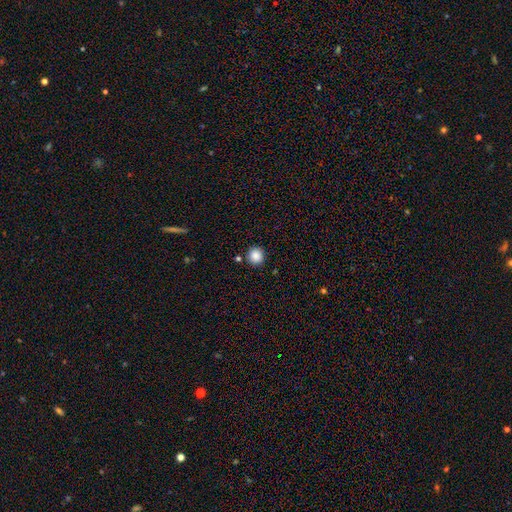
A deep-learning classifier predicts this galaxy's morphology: Smooth or featured?
  - smooth: 87% *
  - star or artifact: 10%
  - featured or disk: 3%
How rounded?
  - round: 91% *
  - in between: 8%
  - cigar-shaped: 1%
Merging?
  - none: 87% *
  - minor disturbance: 7%
  - merger: 4%
  - major disturbance: 2%